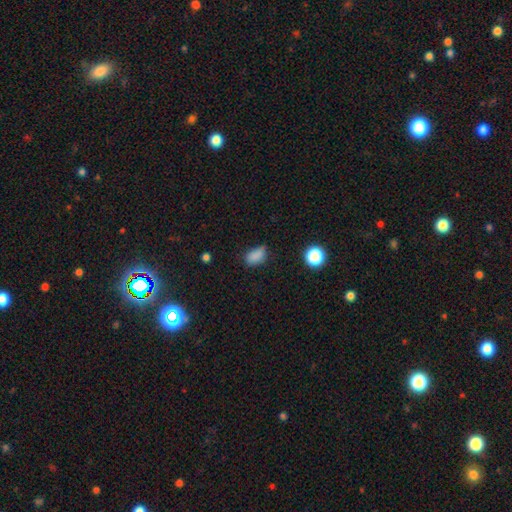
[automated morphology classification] smooth 83%, star or artifact 12%, featured or disk 5%. Down the decision tree: how rounded — in between (85%); merging — none (59%).